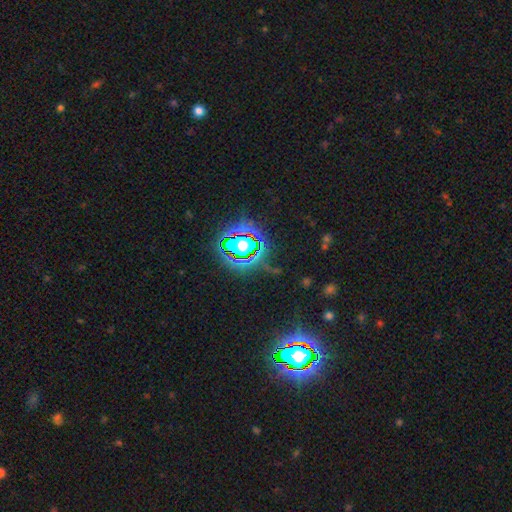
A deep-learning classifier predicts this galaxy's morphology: Smooth or featured?
  - star or artifact: 73% *
  - smooth: 16%
  - featured or disk: 11%